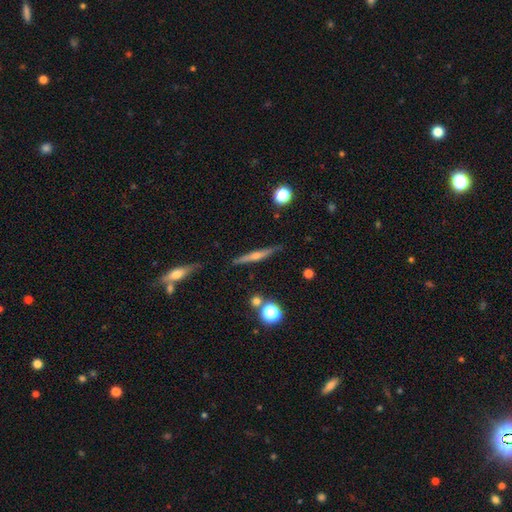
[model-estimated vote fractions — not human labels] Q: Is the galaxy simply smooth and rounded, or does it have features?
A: featured or disk — 70%.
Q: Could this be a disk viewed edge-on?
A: yes — 97%.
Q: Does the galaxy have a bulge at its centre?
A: rounded — 86%.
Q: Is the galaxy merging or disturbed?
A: none — 87%.